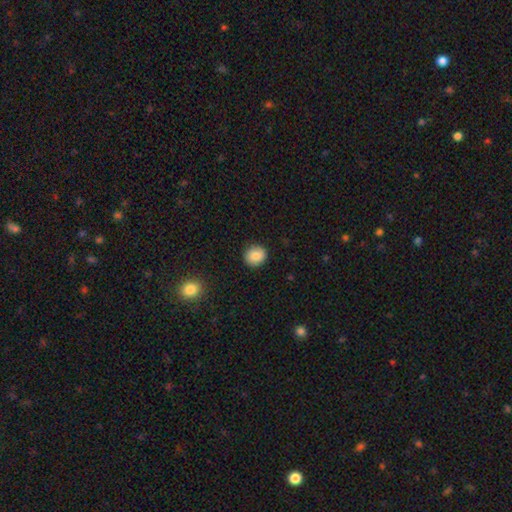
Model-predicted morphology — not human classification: Smooth or featured?
  - smooth: 87% *
  - star or artifact: 8%
  - featured or disk: 5%
How rounded?
  - round: 78% *
  - in between: 21%
  - cigar-shaped: 1%
Merging?
  - none: 90% *
  - minor disturbance: 7%
  - major disturbance: 2%
  - merger: 1%